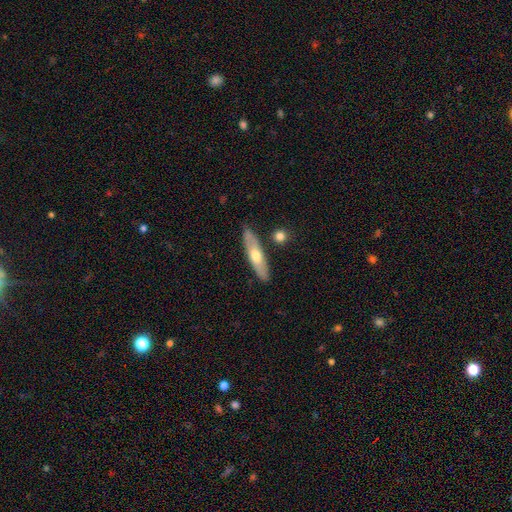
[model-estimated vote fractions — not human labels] Smooth or featured? smooth (48%)
Merging? none (83%)